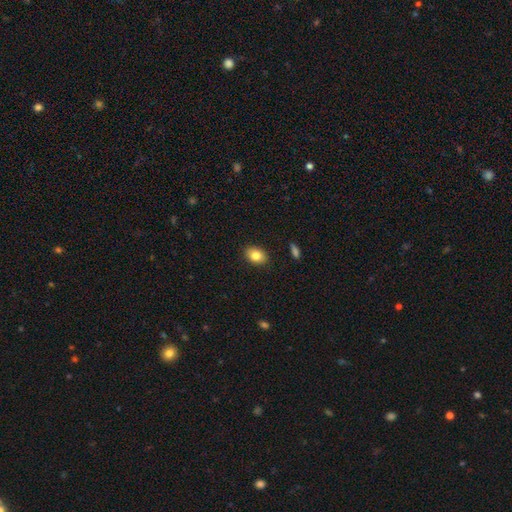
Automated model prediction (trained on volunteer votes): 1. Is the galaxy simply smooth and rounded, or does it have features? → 82% smooth, 9% featured or disk, 8% star or artifact.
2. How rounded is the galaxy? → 77% in between, 22% round, 1% cigar-shaped.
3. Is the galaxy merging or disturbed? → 88% none, 8% minor disturbance, 2% major disturbance, 1% merger.